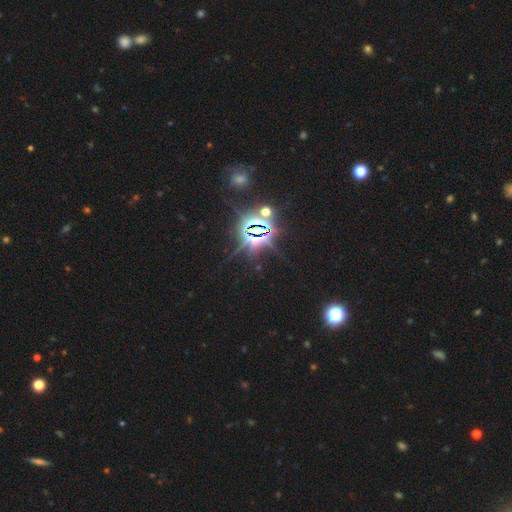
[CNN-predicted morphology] The model was most divided on "smooth or featured": star or artifact: 84%, smooth: 9%, featured or disk: 7%.